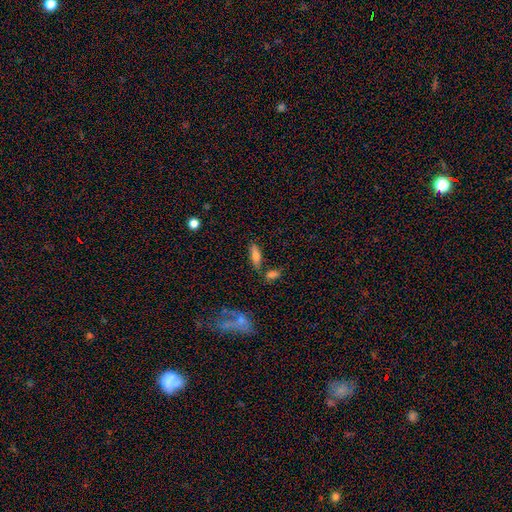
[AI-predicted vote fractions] Q: Smooth or featured?
A: smooth (70%); runner-up: featured or disk (23%)
Q: How rounded?
A: in between (55%); runner-up: cigar-shaped (42%)
Q: Merging?
A: none (74%); runner-up: minor disturbance (13%)